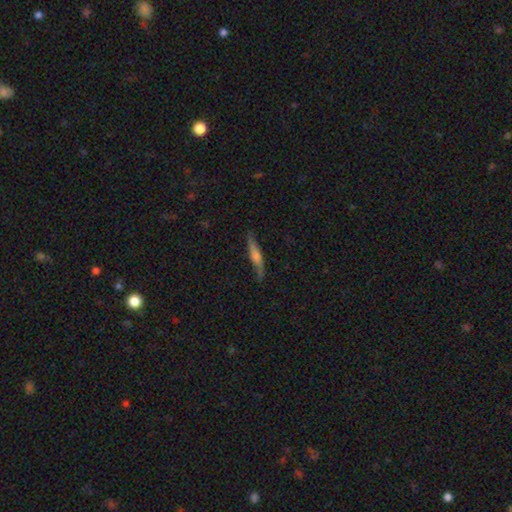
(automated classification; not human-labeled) Morphology: type=featured or disk (57%); edge-on=yes (91%); edge-on bulge=rounded (70%); merging=none (81%).